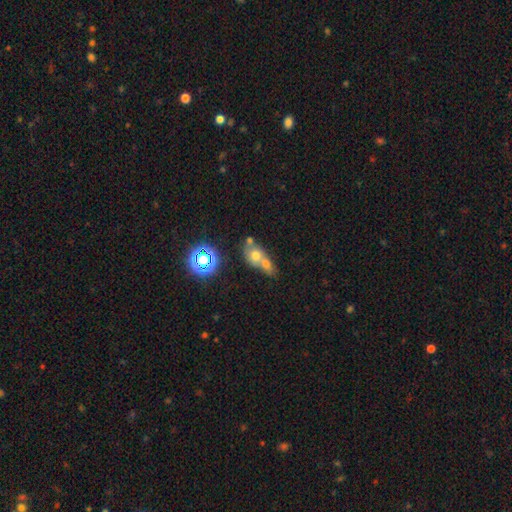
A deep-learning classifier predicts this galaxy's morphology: Overall: smooth (60%; featured or disk 22%). How rounded: round (52%; in between 44%). Merging: merger (64%).